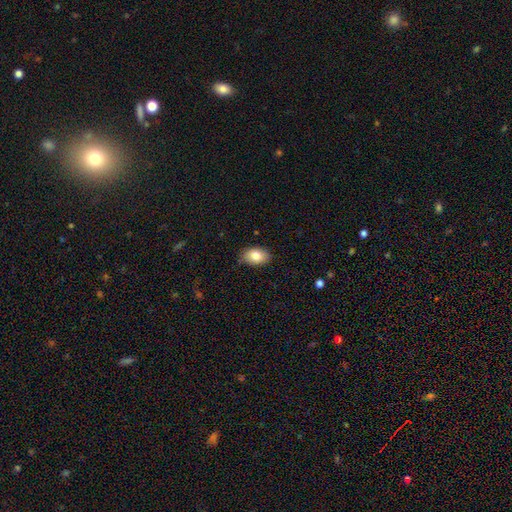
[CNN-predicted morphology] Overall: smooth (82%). How rounded: in between (88%). Merging: none (82%).